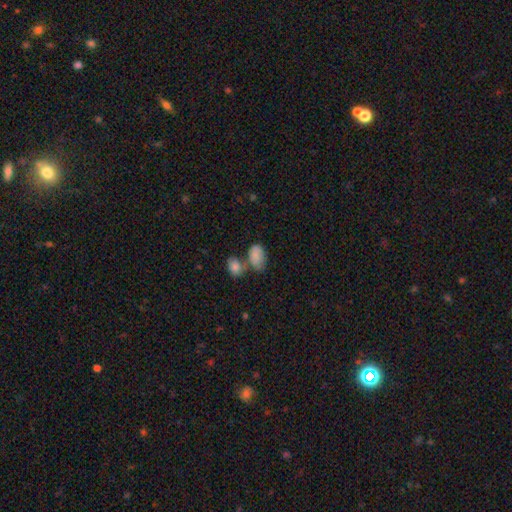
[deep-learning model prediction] Smooth or featured? smooth (81%)
How rounded? in between (88%)
Merging? merger (41%)